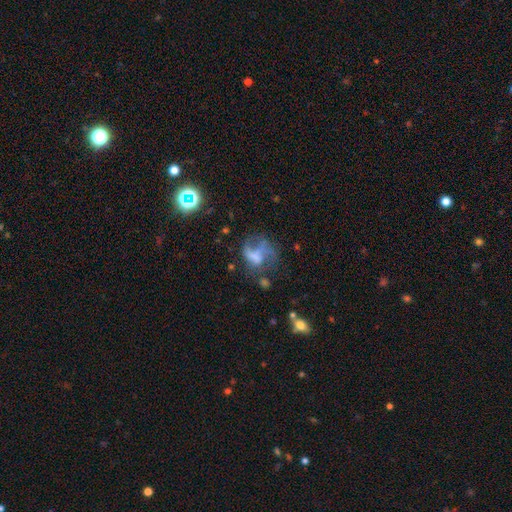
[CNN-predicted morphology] A featured or disk galaxy (48%).

Vote fractions:
- Smooth or featured? featured or disk: 48% / smooth: 38% / star or artifact: 15%
- Merging? major disturbance: 45% / none: 29% / minor disturbance: 18% / merger: 8%